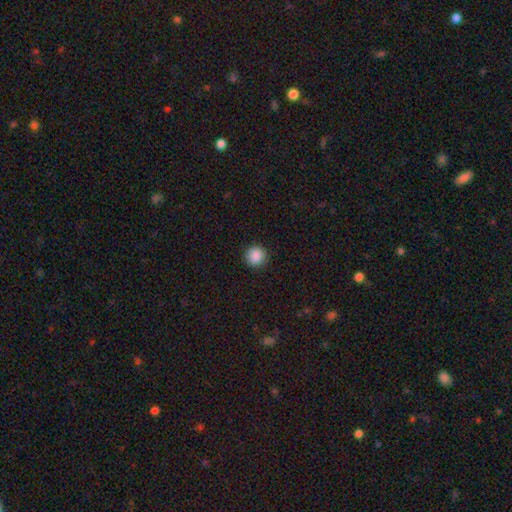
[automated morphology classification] type=smooth (88%); roundness=round (93%); merging=none (91%).